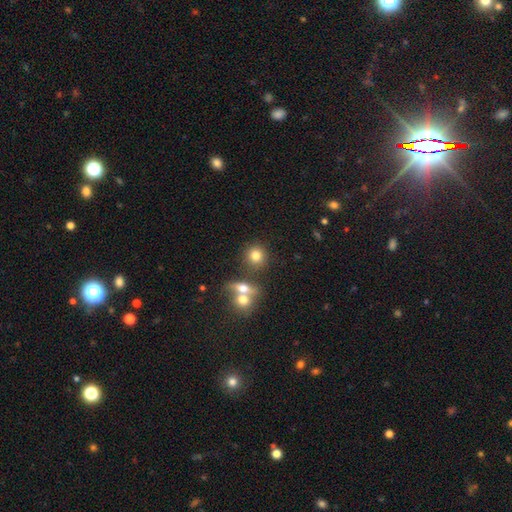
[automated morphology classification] smooth 78%, star or artifact 12%, featured or disk 10%. Down the decision tree: how rounded — round (86%); merging — none (70%).